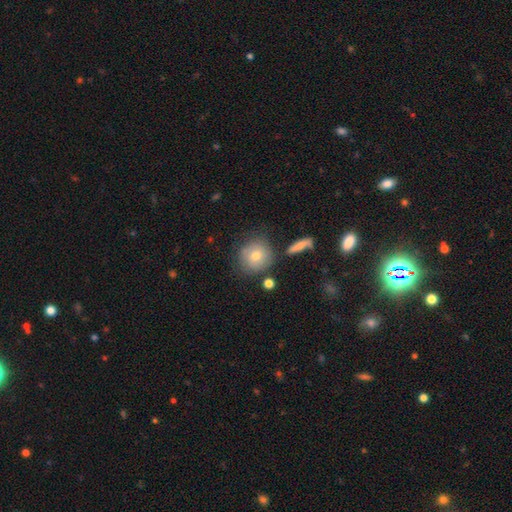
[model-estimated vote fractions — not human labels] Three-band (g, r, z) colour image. It shows a smooth galaxy with no disk features (68%) that is round (89%). Merging: none (72%).